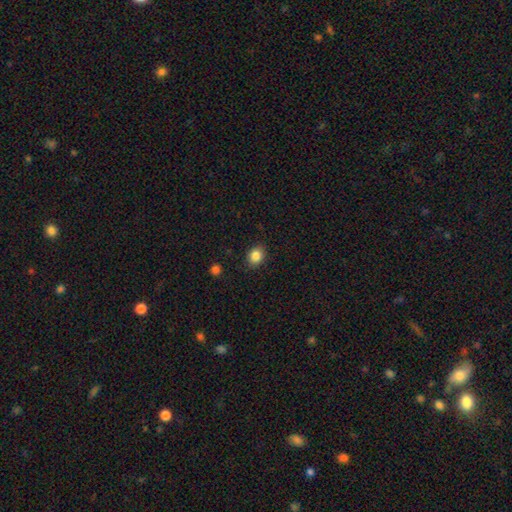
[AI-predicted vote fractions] This is clearly a smooth galaxy (85%). How rounded: possibly round (50%). Merging: clearly none (87%).